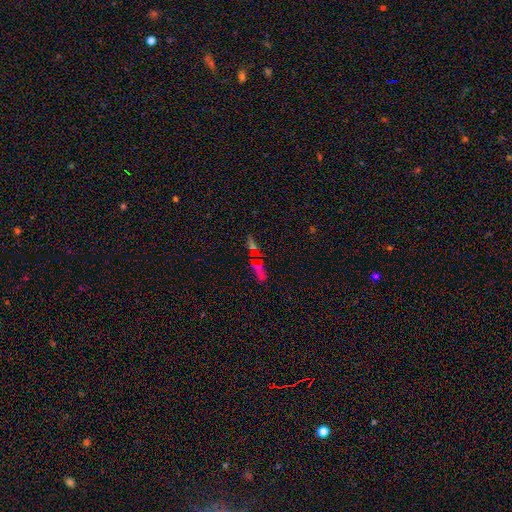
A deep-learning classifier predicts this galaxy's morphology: This appears to be a smooth galaxy with no disk features (46%). Merging: none (75%).